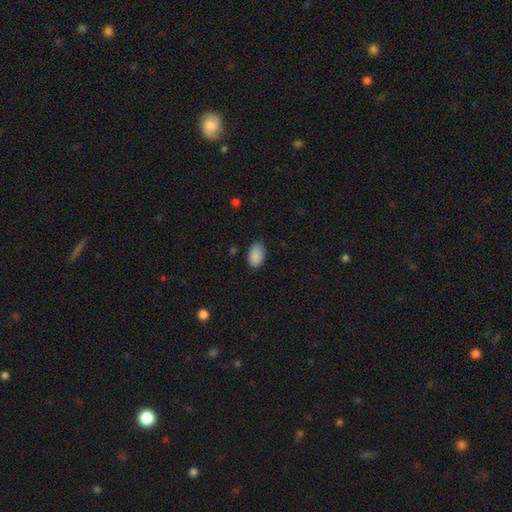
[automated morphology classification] This is clearly a smooth galaxy (89%). How rounded: clearly in between (91%). Merging: likely none (75%).